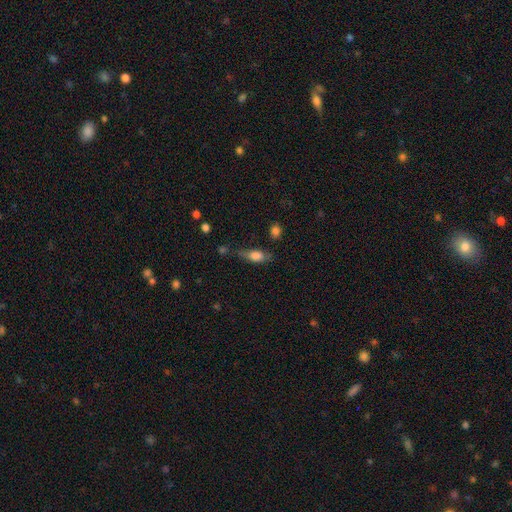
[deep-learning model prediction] This appears to be a smooth galaxy with no disk features (70%) that is in between round and cigar-shaped (71%). Merging: none (51%).